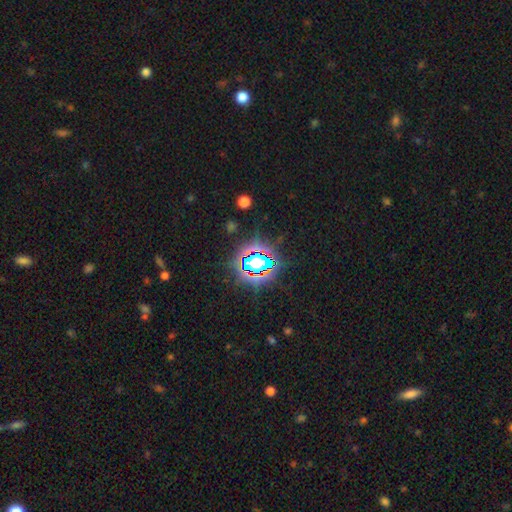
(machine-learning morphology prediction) Smooth or featured? star or artifact (73%)